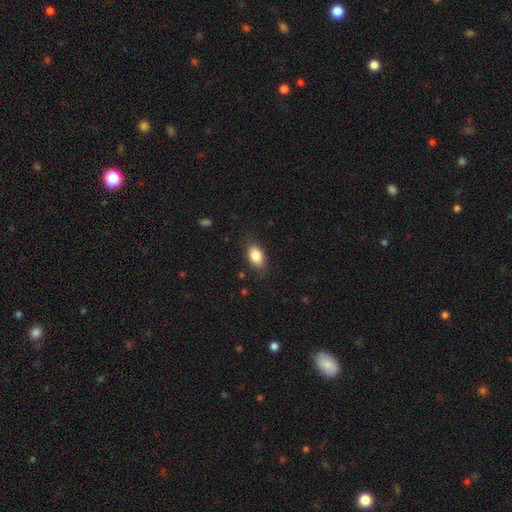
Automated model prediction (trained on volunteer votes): Morphology: type=smooth (85%); roundness=in between (88%); merging=none (82%).